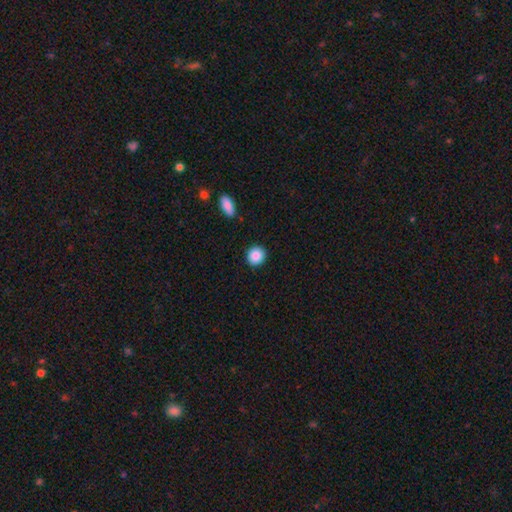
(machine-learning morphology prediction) Smooth or featured: smooth — 88% (star or artifact — 8%)
How rounded: round — 88% (in between — 11%)
Merging: none — 90% (minor disturbance — 6%)